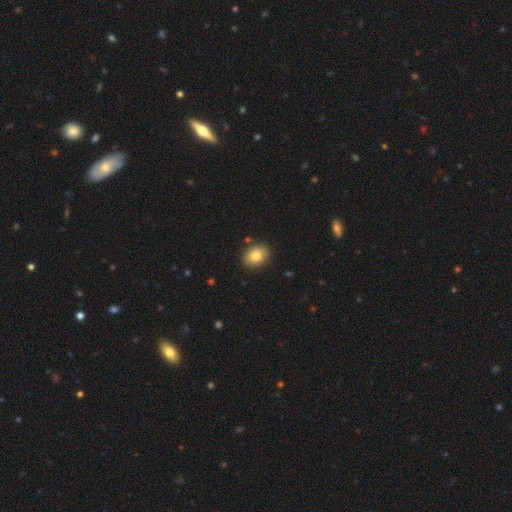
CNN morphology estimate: Q: Smooth or featured?
A: smooth (83%); runner-up: star or artifact (8%)
Q: How rounded?
A: in between (64%); runner-up: round (35%)
Q: Merging?
A: none (87%); runner-up: minor disturbance (9%)